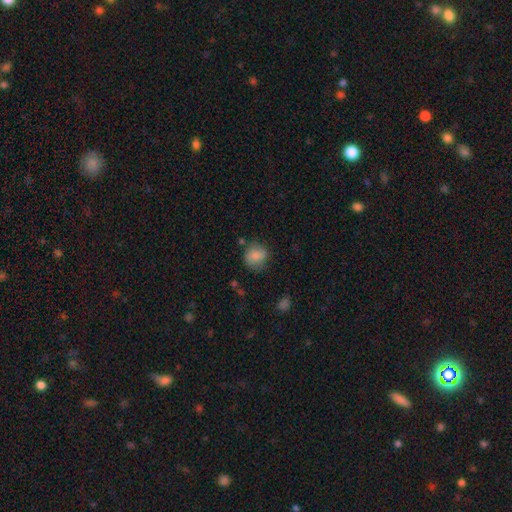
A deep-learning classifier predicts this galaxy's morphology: smooth-or-featured: smooth: 78% | featured or disk: 13% | star or artifact: 9%
  how-rounded: round: 75% | in between: 23% | cigar-shaped: 1%
  merging: none: 68% | minor disturbance: 21% | major disturbance: 7% | merger: 4%